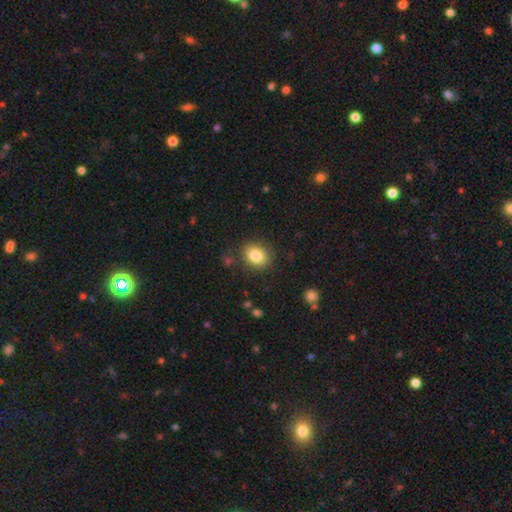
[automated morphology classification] Smooth or featured?
  - smooth: 84% *
  - star or artifact: 9%
  - featured or disk: 6%
How rounded?
  - round: 52% *
  - in between: 47%
  - cigar-shaped: 1%
Merging?
  - none: 86% *
  - minor disturbance: 9%
  - major disturbance: 3%
  - merger: 2%